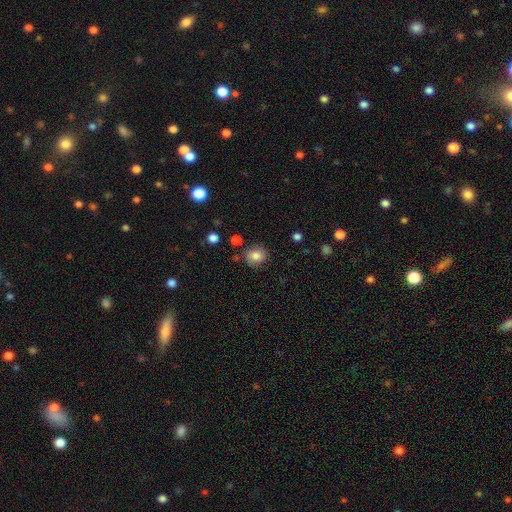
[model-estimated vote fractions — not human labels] smooth 82%, star or artifact 10%, featured or disk 8%. Down the decision tree: how rounded — round (75%); merging — none (81%).